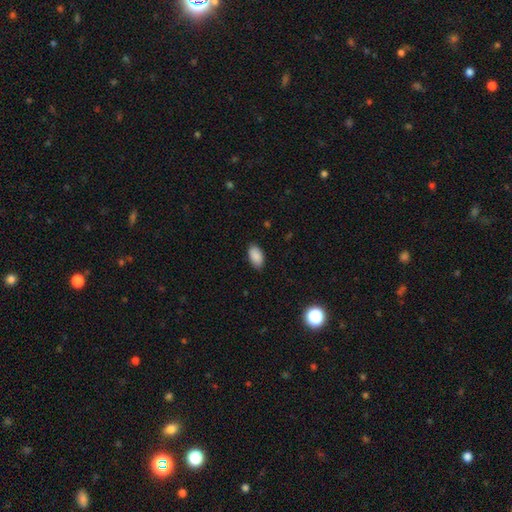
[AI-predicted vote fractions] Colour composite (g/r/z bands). It shows a smooth galaxy with no disk features (89%) that is in between round and cigar-shaped (95%). Merging: none (85%).